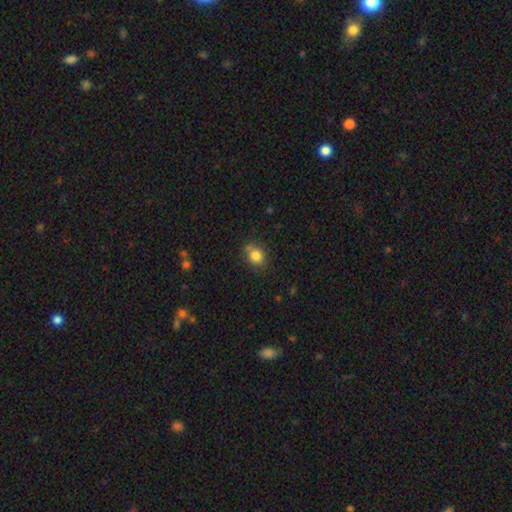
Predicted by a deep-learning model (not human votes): Smooth or featured: smooth — 82% (star or artifact — 11%)
How rounded: round — 69% (in between — 30%)
Merging: none — 71% (minor disturbance — 15%)